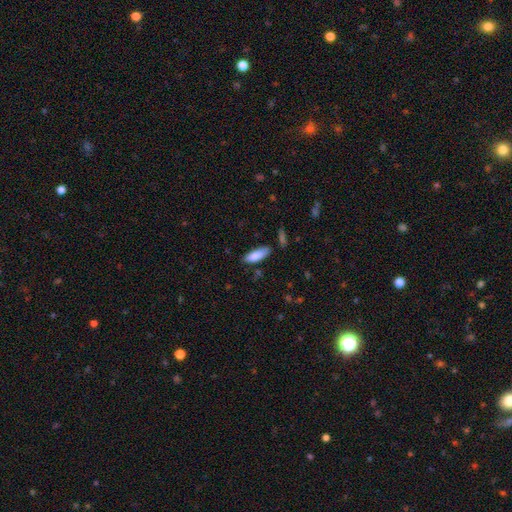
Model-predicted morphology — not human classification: This appears to be a smooth galaxy with no disk features (86%) that is in between round and cigar-shaped (68%). Merging: none (74%).